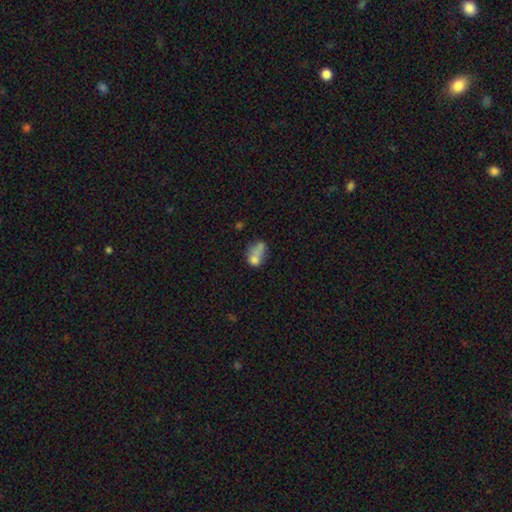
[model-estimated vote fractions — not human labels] This appears to be a smooth galaxy with no disk features (64%) that is in between round and cigar-shaped (76%). Merging: merger (40%).